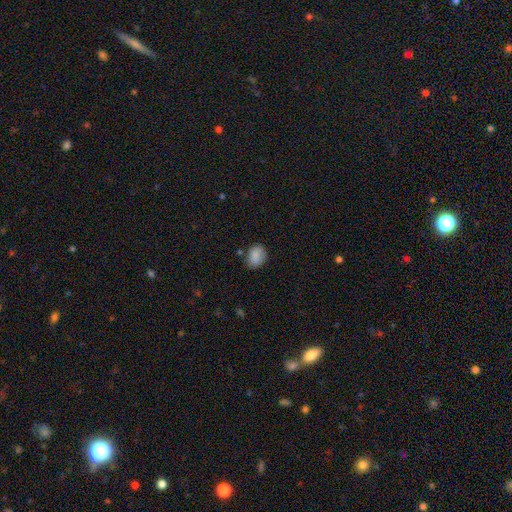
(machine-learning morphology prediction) A smooth galaxy with no disk features (86%) that is in between round and cigar-shaped (65%). Merging: none (70%).